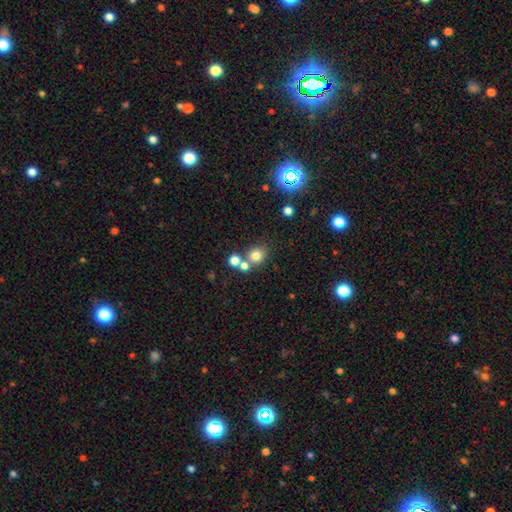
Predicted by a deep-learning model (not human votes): Smooth or featured? smooth (76%)
How rounded? round (80%)
Merging? none (60%)